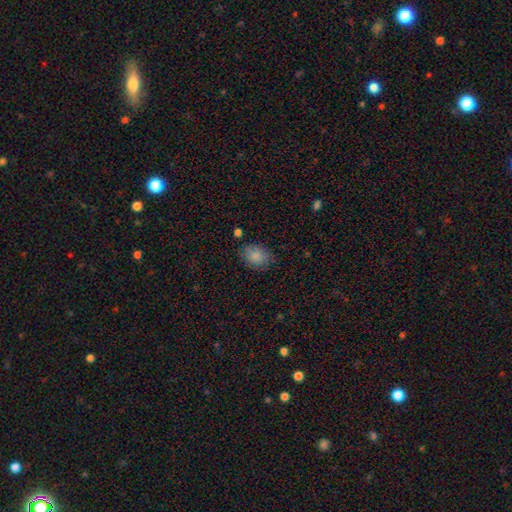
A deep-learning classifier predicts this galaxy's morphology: This is clearly a smooth galaxy (85%). How rounded: possibly in between (56%). Merging: likely none (78%).